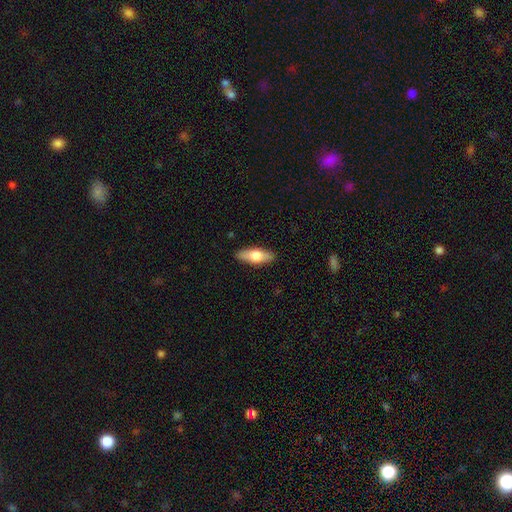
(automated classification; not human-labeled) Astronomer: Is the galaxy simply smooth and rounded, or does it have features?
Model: smooth — 66%.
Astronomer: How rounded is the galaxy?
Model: in between — 67%.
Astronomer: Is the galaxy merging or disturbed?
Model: none — 89%.